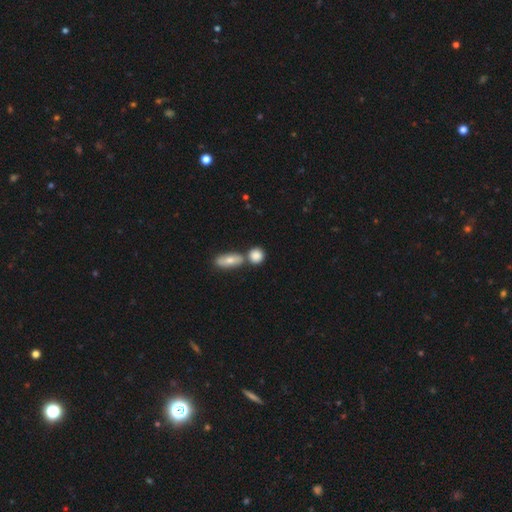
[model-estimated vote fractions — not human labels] Overall: smooth (84%). How rounded: round (69%). Merging: none (60%; merger 26%).